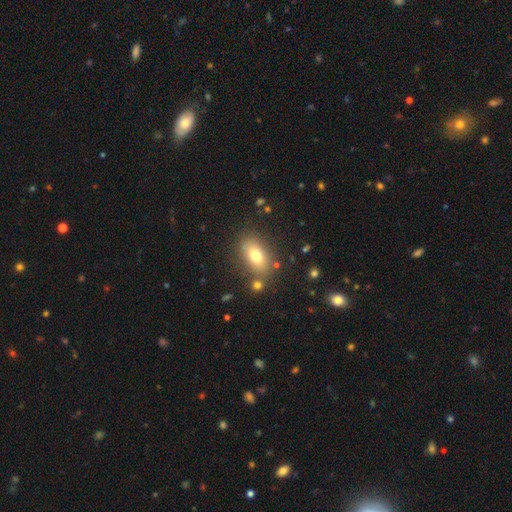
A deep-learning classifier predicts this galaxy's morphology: This appears to be a smooth galaxy with no disk features (75%) that is in between round and cigar-shaped (86%). Merging: none (78%).